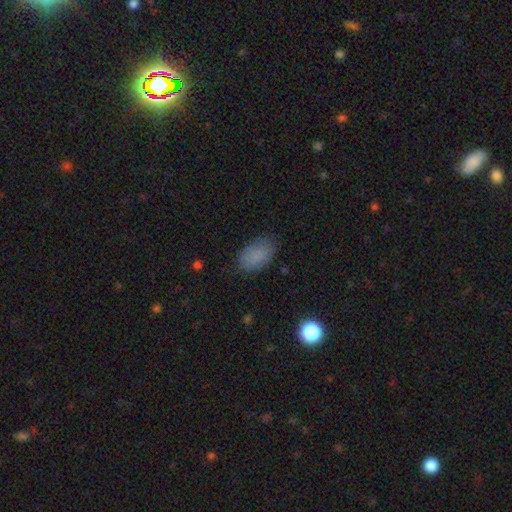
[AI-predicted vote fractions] Smooth or featured? Predicted: smooth (p=0.85). How rounded? Predicted: in between (p=0.91). Merging? Predicted: none (p=0.78).